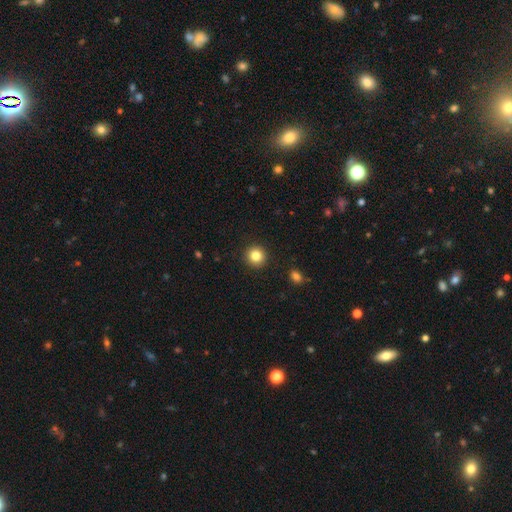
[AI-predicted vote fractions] Smooth or featured? smooth (83%)
How rounded? round (94%)
Merging? none (92%)